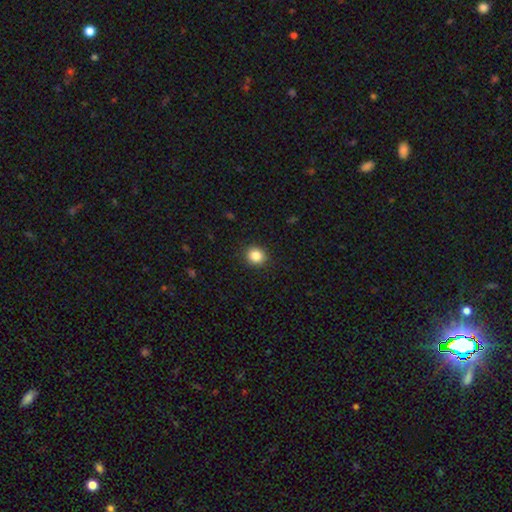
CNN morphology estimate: smooth_or_featured: smooth (p=0.84) [alt: star or artifact p=0.11]
how_rounded: round (p=0.84) [alt: in between p=0.15]
merging: none (p=0.91) [alt: minor disturbance p=0.06]